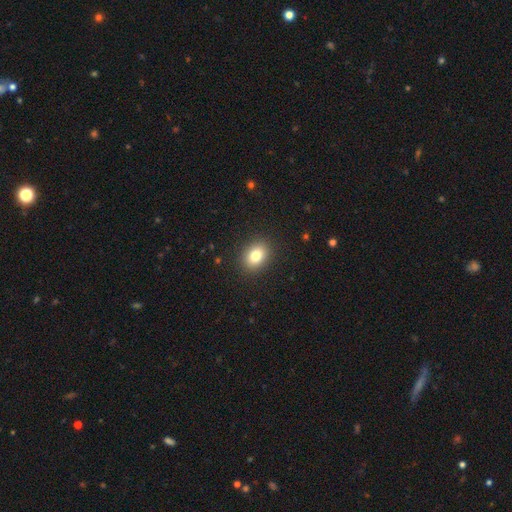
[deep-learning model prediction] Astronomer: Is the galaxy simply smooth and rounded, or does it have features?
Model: smooth — 82%.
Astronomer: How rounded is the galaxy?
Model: in between — 63%.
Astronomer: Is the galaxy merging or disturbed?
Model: none — 90%.